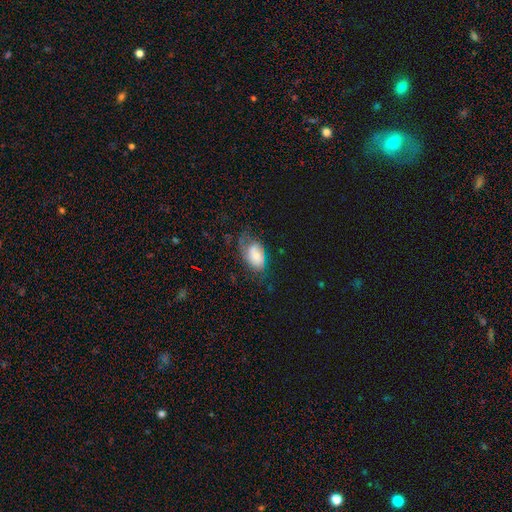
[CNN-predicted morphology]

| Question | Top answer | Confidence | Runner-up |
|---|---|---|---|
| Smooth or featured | smooth | 61% | featured or disk (29%) |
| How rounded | in between | 88% | round (10%) |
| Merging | none | 43% | minor disturbance (30%) |